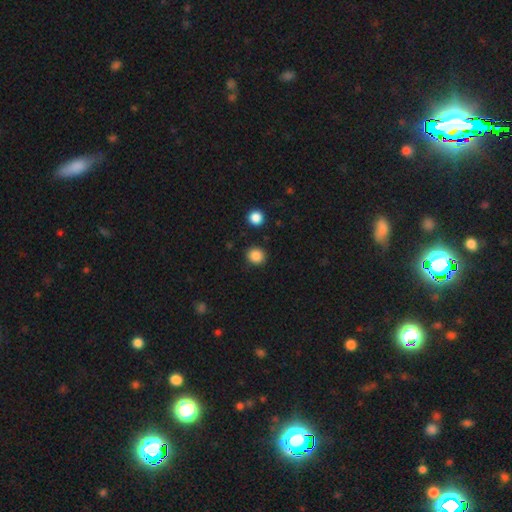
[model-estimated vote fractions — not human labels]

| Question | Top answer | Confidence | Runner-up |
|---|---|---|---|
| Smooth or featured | smooth | 86% | star or artifact (11%) |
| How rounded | round | 88% | in between (11%) |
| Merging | none | 89% | minor disturbance (7%) |